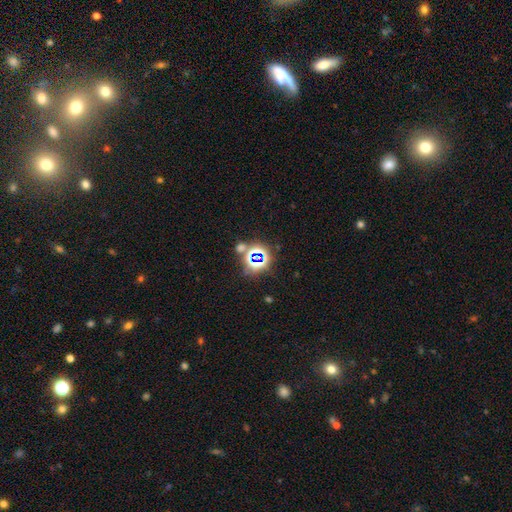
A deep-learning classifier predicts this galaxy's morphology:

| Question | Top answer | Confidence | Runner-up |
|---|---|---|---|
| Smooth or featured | star or artifact | 77% | smooth (15%) |